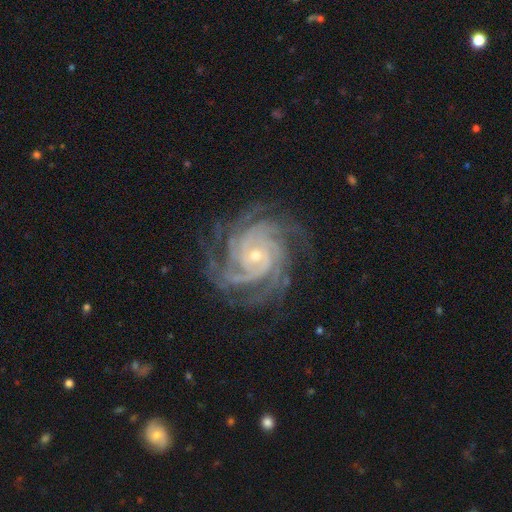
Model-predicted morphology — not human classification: type=featured or disk (93%); edge-on=no (98%); bar=no (66%); spiral arms=yes (99%); winding=tight (75%); arm count=4 (33%); bulge=small (70%); merging=none (79%).